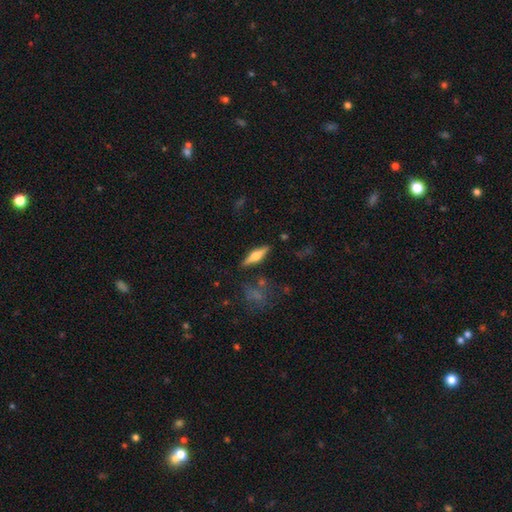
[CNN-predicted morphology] featured or disk 59%, smooth 34%, star or artifact 7%. Down the decision tree: edge-on disk — yes (96%); edge-on bulge — rounded (91%); merging — none (85%).